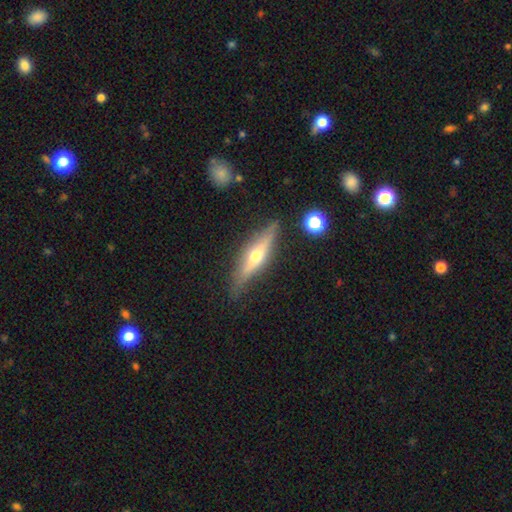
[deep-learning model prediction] Smooth or featured?
  - featured or disk: 67% *
  - smooth: 27%
  - star or artifact: 6%
Edge-on disk?
  - yes: 94% *
  - no: 6%
Edge-on bulge?
  - rounded: 90% *
  - none: 5%
  - boxy: 5%
Merging?
  - none: 83% *
  - minor disturbance: 12%
  - major disturbance: 3%
  - merger: 2%